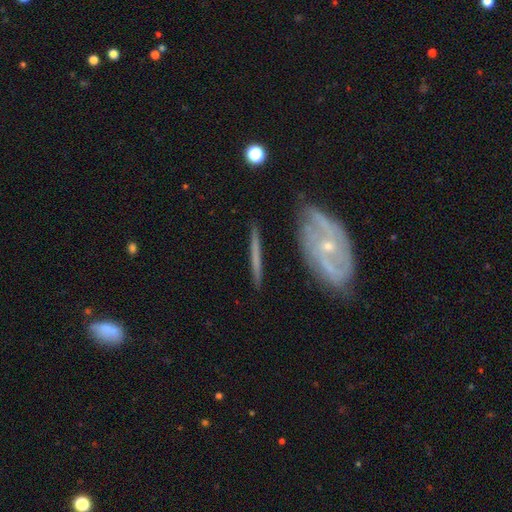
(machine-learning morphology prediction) The model was most divided on "smooth or featured": featured or disk: 62%, smooth: 30%, star or artifact: 8%. More confident: merging — none (80%); edge-on disk — yes (71%).